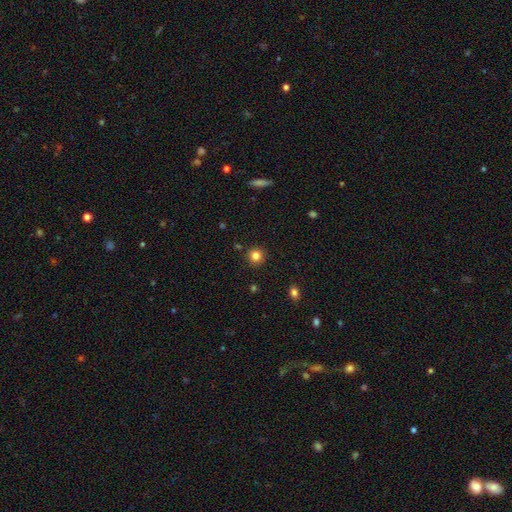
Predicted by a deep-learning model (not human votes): Smooth or featured? smooth (83%)
How rounded? round (94%)
Merging? none (90%)